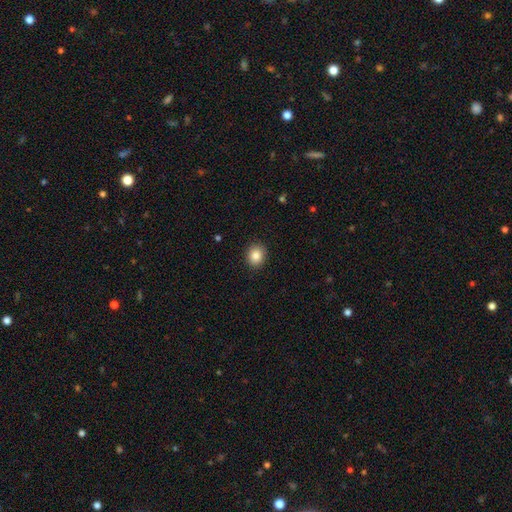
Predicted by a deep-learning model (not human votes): Smooth or featured? smooth (85%)
How rounded? round (66%)
Merging? none (90%)